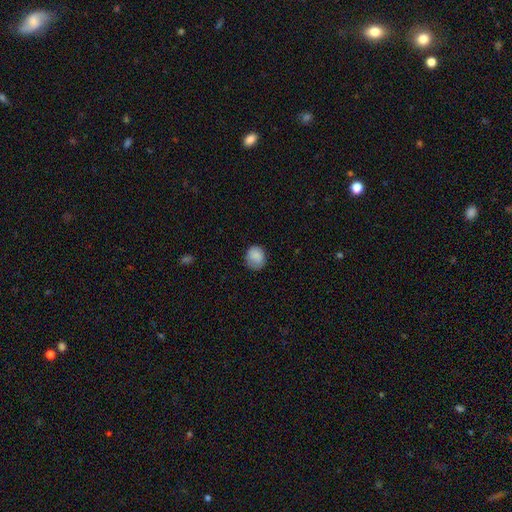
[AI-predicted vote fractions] smooth_or_featured: smooth (p=0.86) [alt: star or artifact p=0.08]
how_rounded: round (p=0.75) [alt: in between p=0.24]
merging: none (p=0.78) [alt: minor disturbance p=0.17]